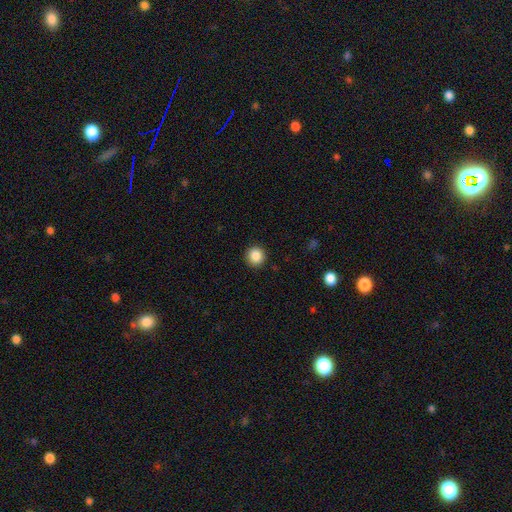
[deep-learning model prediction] Smooth or featured: smooth — 86% (star or artifact — 10%)
How rounded: round — 94% (in between — 5%)
Merging: none — 92% (minor disturbance — 5%)